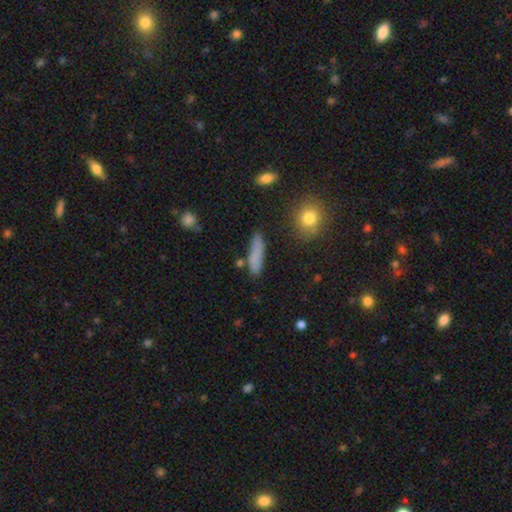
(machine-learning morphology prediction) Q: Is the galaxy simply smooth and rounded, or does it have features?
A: smooth — 79%.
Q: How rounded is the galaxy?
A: cigar-shaped — 76%.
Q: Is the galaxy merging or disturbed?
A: none — 77%.